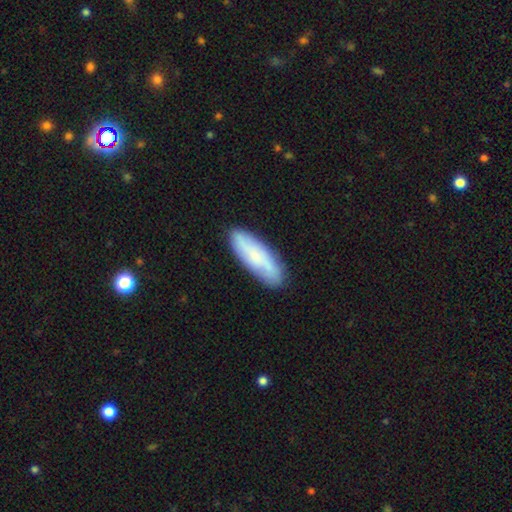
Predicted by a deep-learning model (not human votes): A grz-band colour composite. It shows a smooth galaxy with no disk features (62%) that is in between round and cigar-shaped (53%). Merging: none (83%).